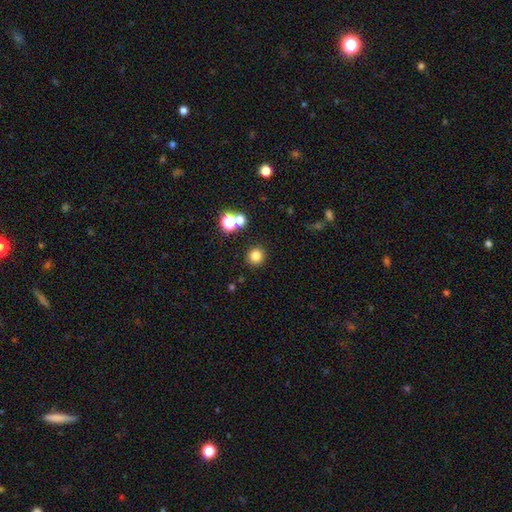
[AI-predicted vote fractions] Q: Smooth or featured?
A: smooth (80%); runner-up: star or artifact (15%)
Q: How rounded?
A: round (91%); runner-up: in between (8%)
Q: Merging?
A: none (88%); runner-up: minor disturbance (6%)